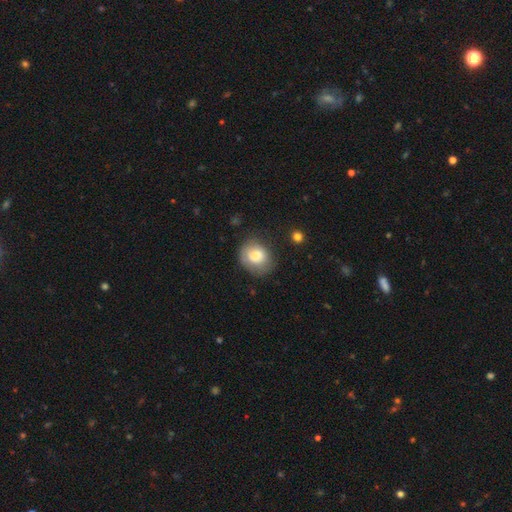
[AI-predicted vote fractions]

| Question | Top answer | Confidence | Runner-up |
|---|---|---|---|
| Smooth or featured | smooth | 77% | featured or disk (15%) |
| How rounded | round | 66% | in between (33%) |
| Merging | none | 64% | minor disturbance (25%) |